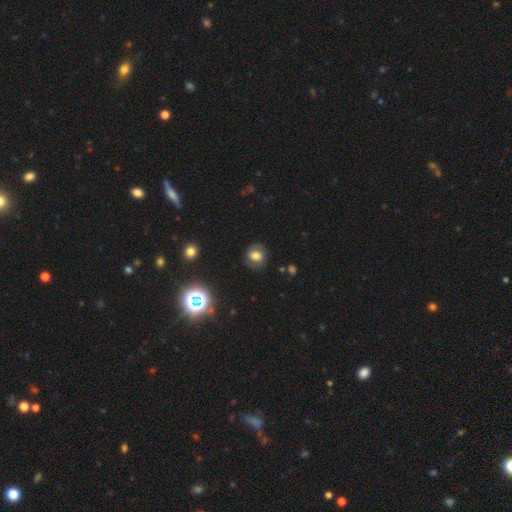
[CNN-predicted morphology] smooth-or-featured: smooth: 57% | featured or disk: 28% | star or artifact: 15%
  how-rounded: round: 65% | in between: 33% | cigar-shaped: 1%
  merging: none: 79% | minor disturbance: 14% | major disturbance: 6% | merger: 1%